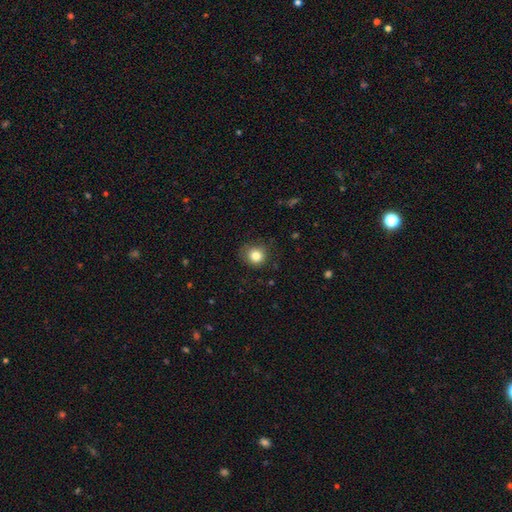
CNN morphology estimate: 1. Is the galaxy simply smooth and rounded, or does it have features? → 82% smooth, 11% star or artifact, 7% featured or disk.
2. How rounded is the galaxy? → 86% round, 13% in between, 1% cigar-shaped.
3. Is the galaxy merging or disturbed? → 77% none, 18% minor disturbance, 5% major disturbance, 1% merger.